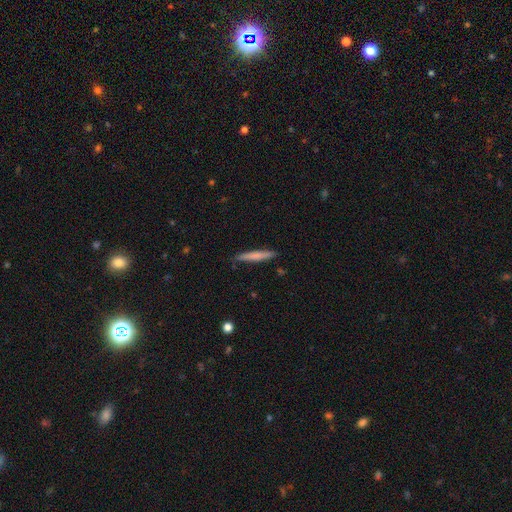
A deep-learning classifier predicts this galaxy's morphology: This is likely a smooth galaxy (68%). How rounded: clearly cigar-shaped (95%). Merging: clearly none (87%).